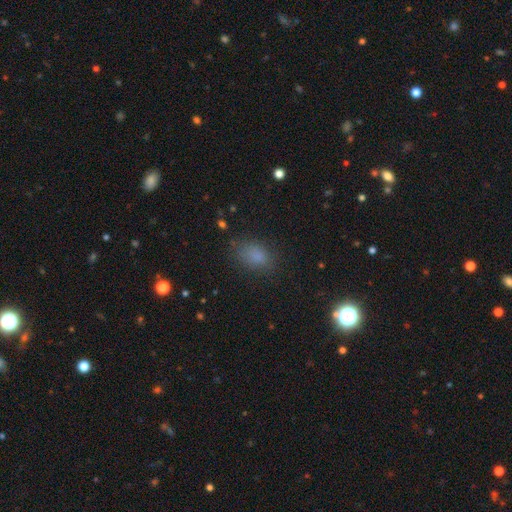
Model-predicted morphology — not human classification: smooth 79%, star or artifact 15%, featured or disk 6%. Down the decision tree: how rounded — in between (78%); merging — none (76%).